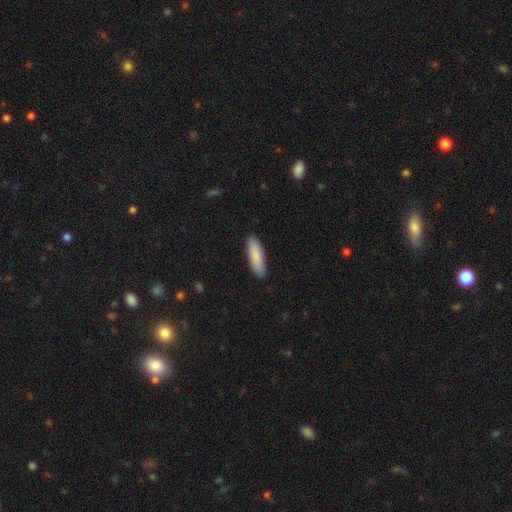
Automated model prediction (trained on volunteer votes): Overall: smooth (87%). How rounded: cigar-shaped (53%; in between 46%). Merging: none (89%).